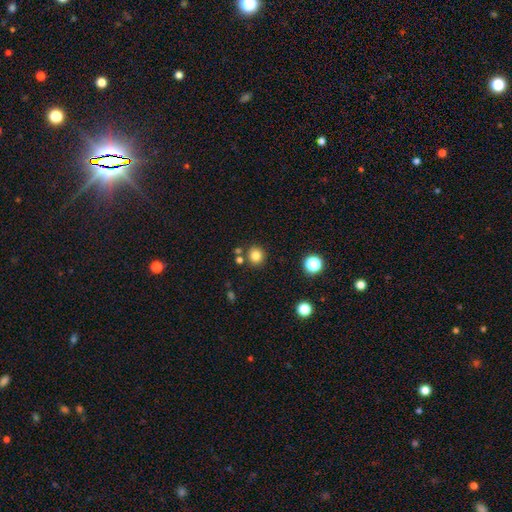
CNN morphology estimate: Smooth or featured? smooth (81%)
How rounded? round (90%)
Merging? none (83%)